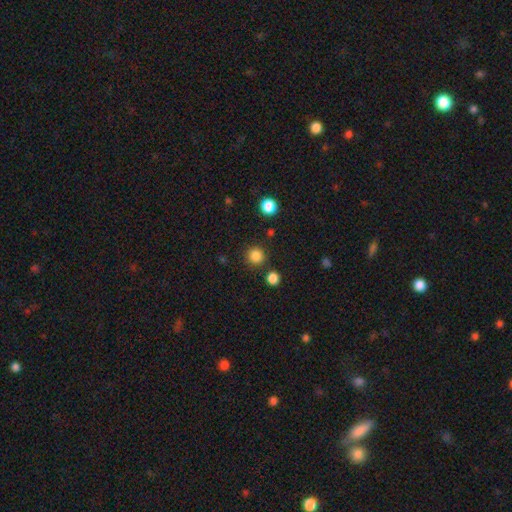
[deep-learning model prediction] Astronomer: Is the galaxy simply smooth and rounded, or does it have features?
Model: smooth — 84%.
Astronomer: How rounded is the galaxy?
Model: round — 94%.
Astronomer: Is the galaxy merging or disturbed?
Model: none — 87%.